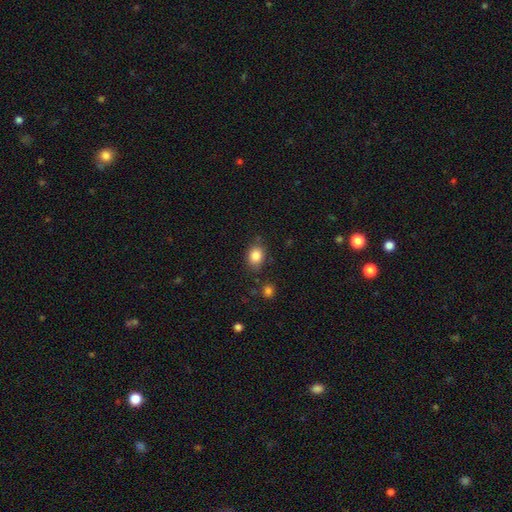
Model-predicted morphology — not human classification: smooth_or_featured: smooth (p=0.85) [alt: star or artifact p=0.10]
how_rounded: in between (p=0.53) [alt: round p=0.46]
merging: none (p=0.77) [alt: minor disturbance p=0.15]